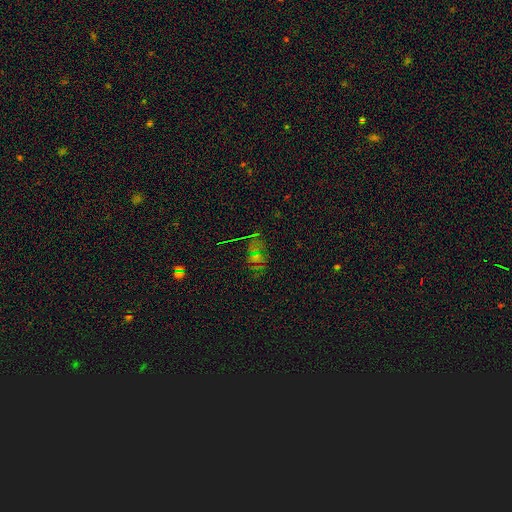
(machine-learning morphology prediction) Overall: star or artifact (48%; smooth 34%).